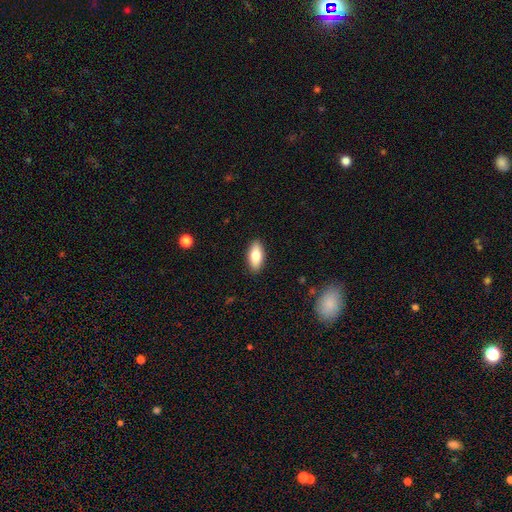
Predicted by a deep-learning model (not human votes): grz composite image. It shows a smooth galaxy with no disk features (81%) that is in between round and cigar-shaped (86%). Merging: none (89%).